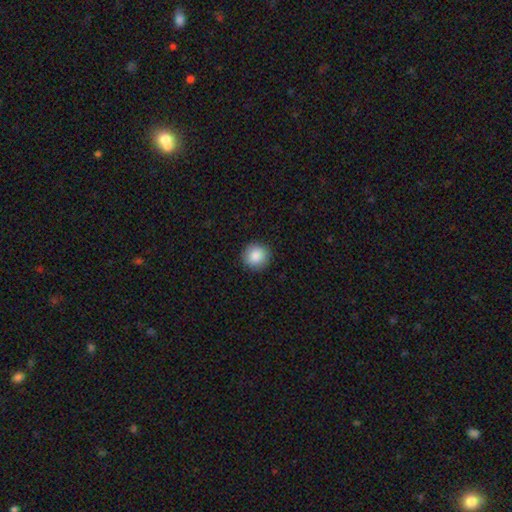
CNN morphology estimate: type=smooth (88%); roundness=round (93%); merging=none (91%).